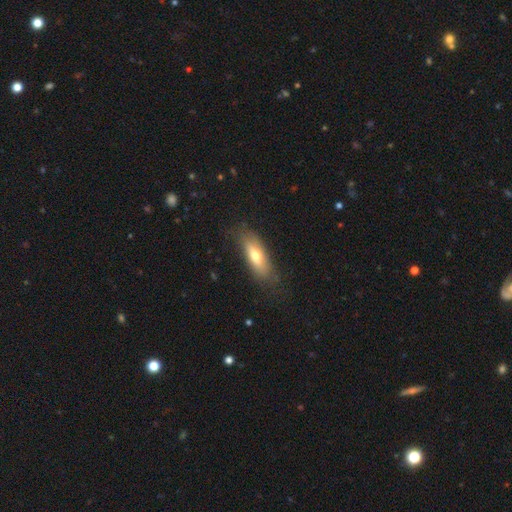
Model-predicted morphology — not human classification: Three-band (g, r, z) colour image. It shows a smooth galaxy with no disk features (65%) that is in between round and cigar-shaped (67%). Merging: none (77%).